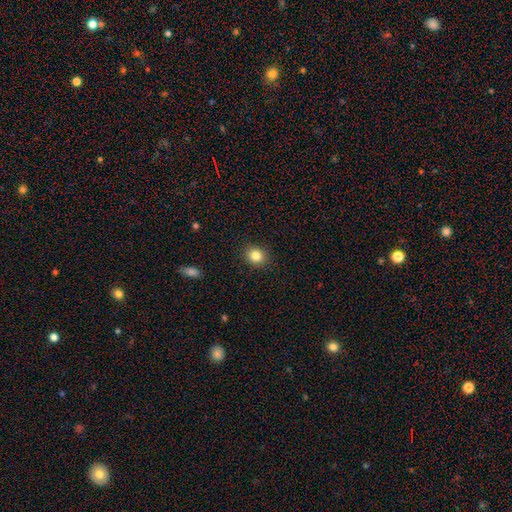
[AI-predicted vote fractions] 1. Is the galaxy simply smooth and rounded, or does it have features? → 84% smooth, 11% star or artifact, 6% featured or disk.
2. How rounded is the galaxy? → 70% round, 29% in between, 1% cigar-shaped.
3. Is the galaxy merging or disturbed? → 90% none, 7% minor disturbance, 2% major disturbance, 1% merger.